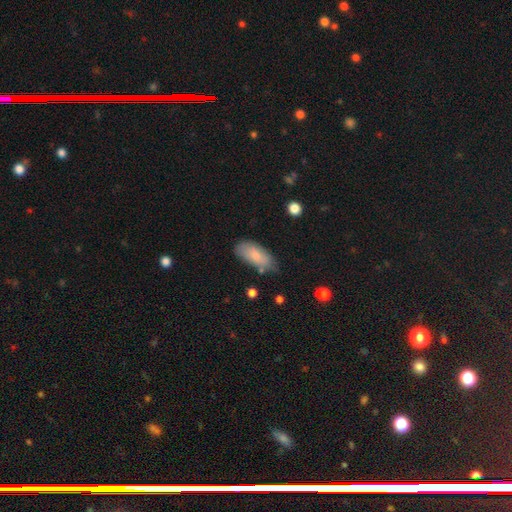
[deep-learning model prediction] Smooth or featured? Predicted: smooth (p=0.78). How rounded? Predicted: in between (p=0.90). Merging? Predicted: none (p=0.67).